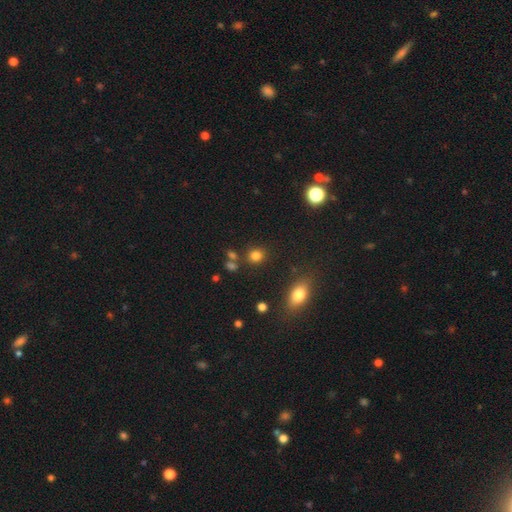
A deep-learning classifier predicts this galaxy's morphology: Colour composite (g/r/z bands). It shows a smooth galaxy with no disk features (81%) that is round (80%). Merging: none (80%).